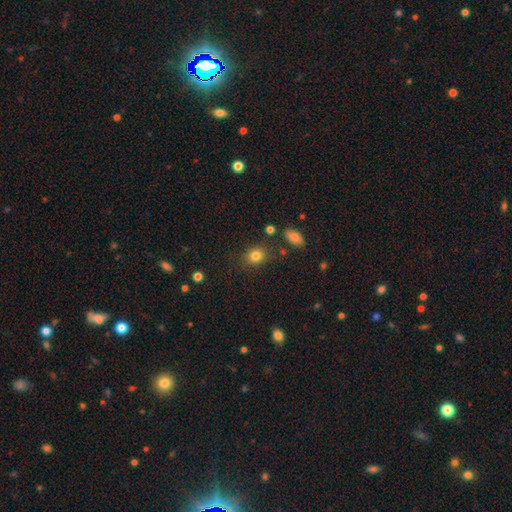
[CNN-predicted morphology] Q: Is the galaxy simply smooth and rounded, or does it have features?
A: smooth — 82%.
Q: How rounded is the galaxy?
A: round — 56%.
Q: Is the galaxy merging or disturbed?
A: none — 80%.